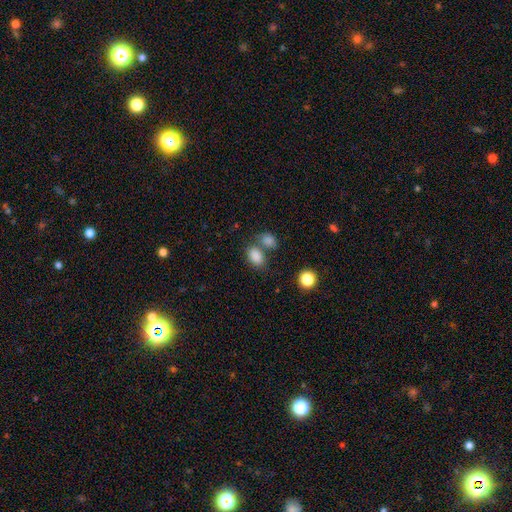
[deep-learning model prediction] smooth_or_featured: smooth (p=0.85) [alt: star or artifact p=0.10]
how_rounded: in between (p=0.80) [alt: round p=0.18]
merging: none (p=0.50) [alt: merger p=0.33]